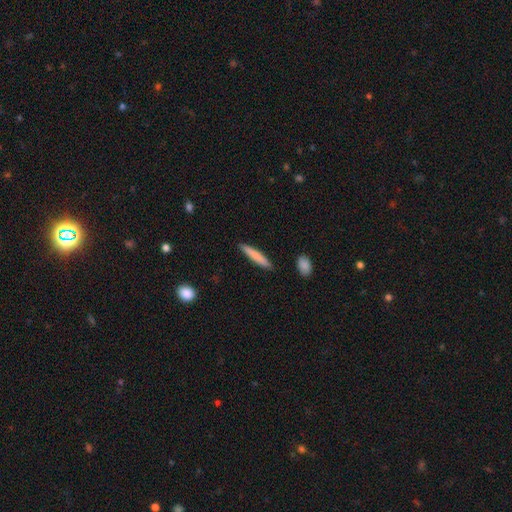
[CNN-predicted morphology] Smooth or featured? Predicted: smooth (p=0.77). How rounded? Predicted: cigar-shaped (p=0.92). Merging? Predicted: none (p=0.89).